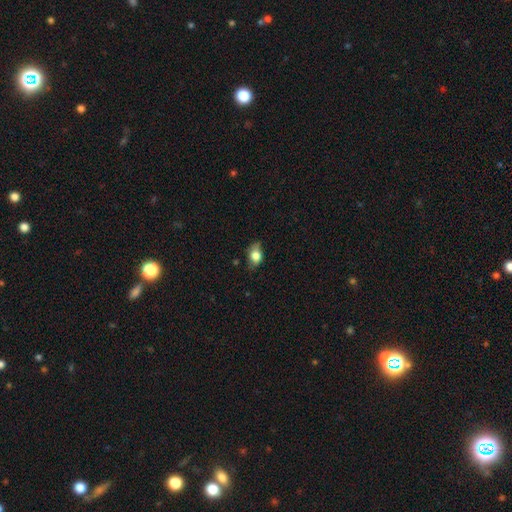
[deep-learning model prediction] Overall: smooth (76%). How rounded: in between (77%). Merging: none (61%; minor disturbance 30%).